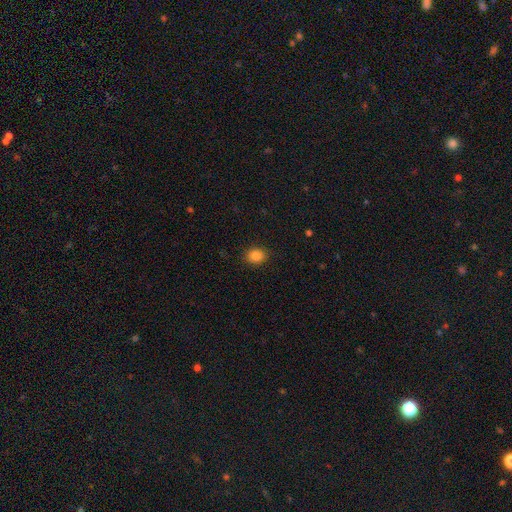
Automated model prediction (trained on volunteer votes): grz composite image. It shows a smooth galaxy with no disk features (85%) that is round (54%). Merging: none (88%).